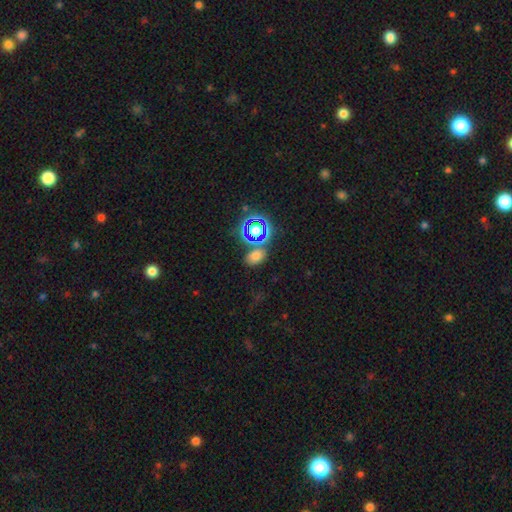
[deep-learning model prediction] Smooth or featured? smooth (62%)
How rounded? in between (72%)
Merging? none (70%)